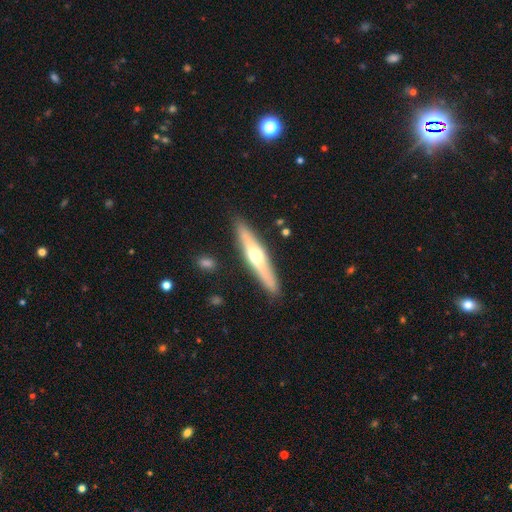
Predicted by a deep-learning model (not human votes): Smooth or featured? Predicted: featured or disk (p=0.58). Edge-on disk? Predicted: yes (p=0.91). Edge-on bulge? Predicted: rounded (p=0.88). Merging? Predicted: none (p=0.88).